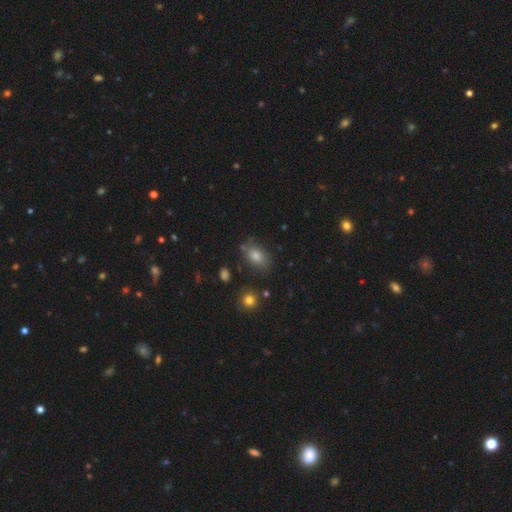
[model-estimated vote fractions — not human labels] smooth 73%, star or artifact 15%, featured or disk 12%. Down the decision tree: how rounded — in between (79%); merging — none (75%).